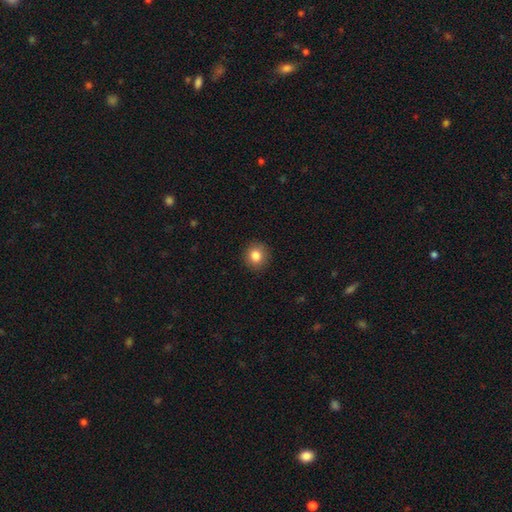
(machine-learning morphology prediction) Smooth or featured: smooth — 84% (star or artifact — 10%)
How rounded: round — 88% (in between — 11%)
Merging: none — 91% (minor disturbance — 6%)